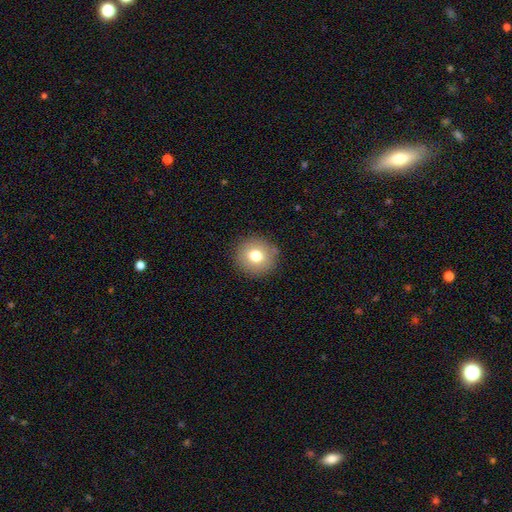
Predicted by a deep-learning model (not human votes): The model was most divided on "smooth or featured": smooth: 75%, featured or disk: 14%, star or artifact: 11%. More confident: how rounded — round (91%); merging — none (88%).